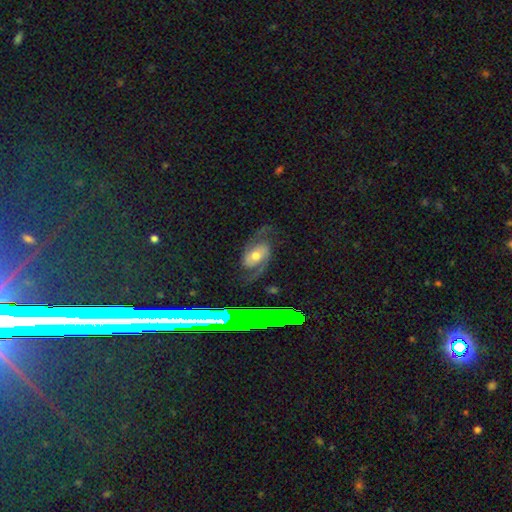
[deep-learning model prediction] Smooth or featured? featured or disk (78%)
Edge-on disk? no (96%)
Bar? no (62%)
Spiral arms? yes (95%)
Spiral winding? medium (45%)
Spiral arm count? 2 (91%)
Bulge size? moderate (67%)
Merging? none (71%)